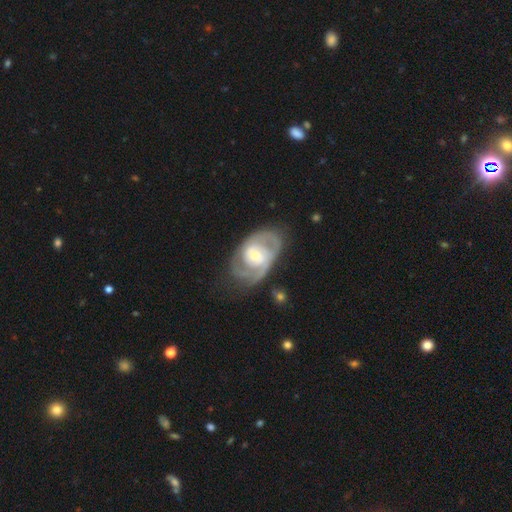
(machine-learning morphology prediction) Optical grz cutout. It shows a featured or disk galaxy (81%) with no bar (59%), 2 (59%) tight (45%) spiral arms (87%) and a moderate central bulge (46%). Merging: none (59%).